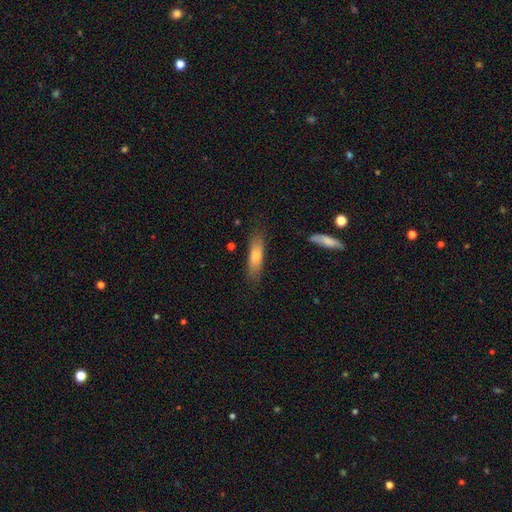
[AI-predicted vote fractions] Smooth or featured? smooth (68%)
How rounded? cigar-shaped (65%)
Merging? none (78%)